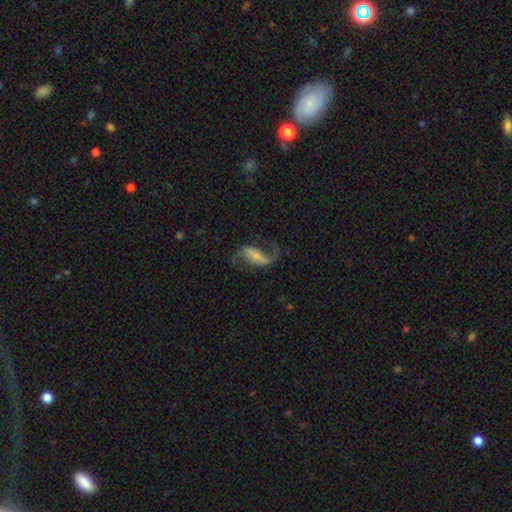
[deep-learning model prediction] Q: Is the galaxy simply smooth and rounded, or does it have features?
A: featured or disk — 84%.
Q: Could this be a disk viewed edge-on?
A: no — 97%.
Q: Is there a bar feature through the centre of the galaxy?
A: strong — 45%.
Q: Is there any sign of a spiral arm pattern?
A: yes — 96%.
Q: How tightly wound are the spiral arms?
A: loose — 79%.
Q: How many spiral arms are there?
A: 2 — 92%.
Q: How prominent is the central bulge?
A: small — 39%.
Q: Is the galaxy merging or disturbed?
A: none — 71%.